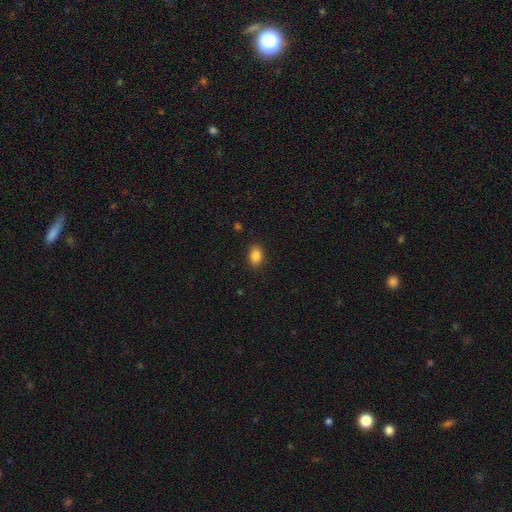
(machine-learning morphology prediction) Q: Smooth or featured?
A: smooth (87%); runner-up: star or artifact (9%)
Q: How rounded?
A: in between (79%); runner-up: round (20%)
Q: Merging?
A: none (88%); runner-up: minor disturbance (9%)